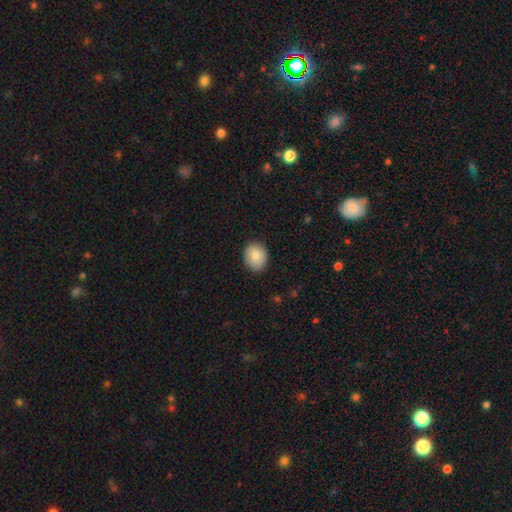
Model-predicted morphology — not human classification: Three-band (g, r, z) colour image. It shows a smooth galaxy with no disk features (87%) that is in between round and cigar-shaped (54%). Merging: none (87%).